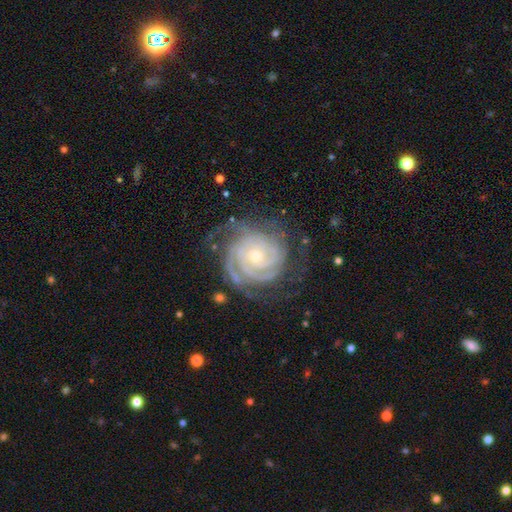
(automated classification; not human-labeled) The model was most divided on "spiral arm count": 3: 29%, 4: 27%, can't tell: 16%, 2: 13%, more than 4: 8%, 1: 6%. More confident: spiral arms — yes (98%); edge-on disk — no (98%); smooth or featured — featured or disk (90%); spiral winding — tight (81%); bar — no (76%); merging — none (70%); bulge size — small (68%).